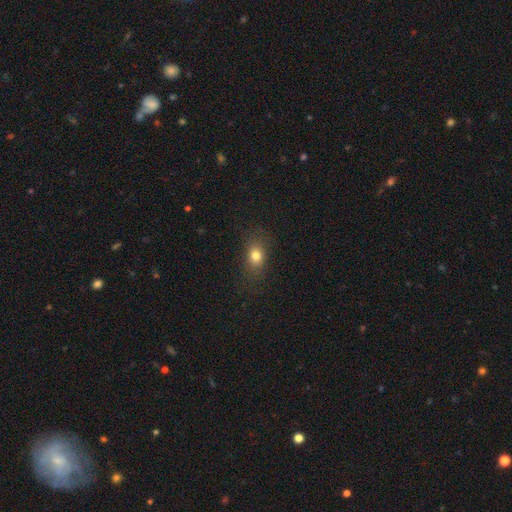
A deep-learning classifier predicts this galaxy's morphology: This is likely a smooth galaxy (78%). How rounded: likely in between (61%). Merging: clearly none (80%).